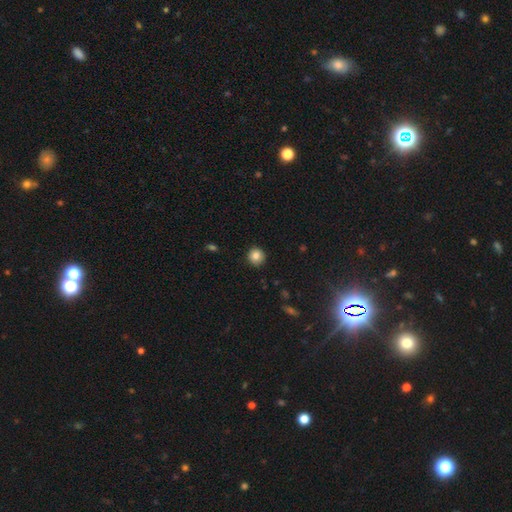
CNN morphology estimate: This is clearly a smooth galaxy (84%). How rounded: clearly round (93%). Merging: clearly none (91%).